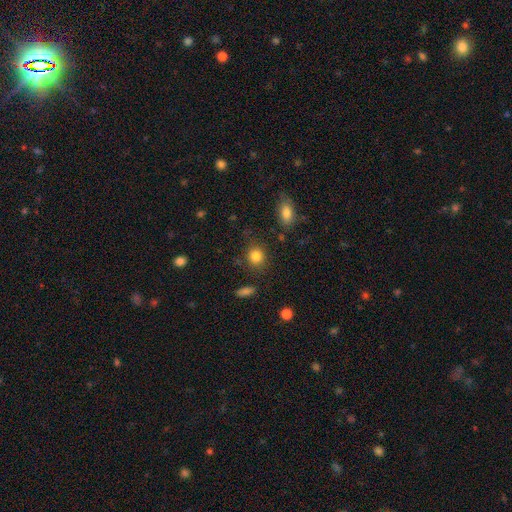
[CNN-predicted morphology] Q: Smooth or featured?
A: smooth (84%); runner-up: star or artifact (11%)
Q: How rounded?
A: round (79%); runner-up: in between (20%)
Q: Merging?
A: none (81%); runner-up: minor disturbance (11%)